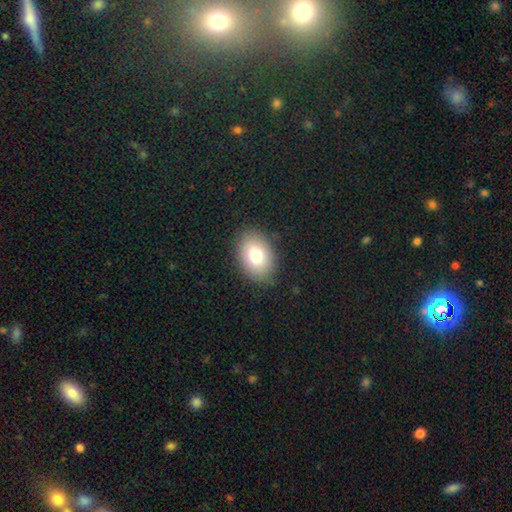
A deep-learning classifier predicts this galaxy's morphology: This is likely a smooth galaxy (78%). How rounded: likely in between (77%). Merging: clearly none (87%).